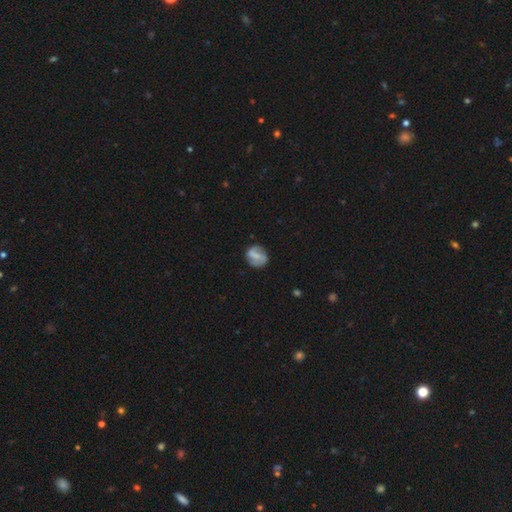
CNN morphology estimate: smooth-or-featured: featured or disk: 57% | smooth: 35% | star or artifact: 7%
  disk-edge-on: no: 97% | yes: 3%
    bar: weak: 41% | strong: 37% | no: 22%
    has-spiral-arms: yes: 78% | no: 22%
    bulge-size: small: 38% | none: 37% | moderate: 21% | large: 3% | dominant: 1%
  merging: none: 76% | minor disturbance: 16% | major disturbance: 6% | merger: 2%